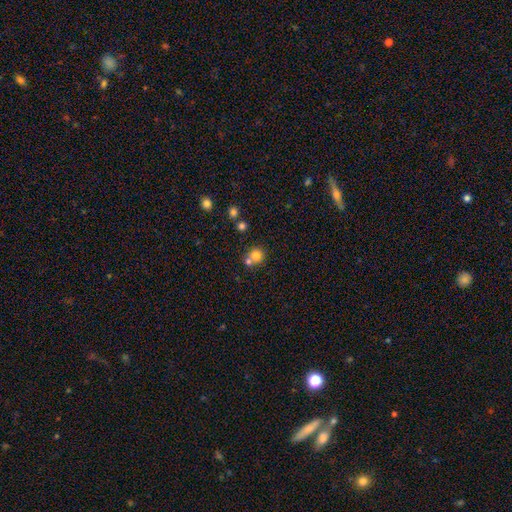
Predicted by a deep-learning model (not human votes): Smooth or featured? Predicted: smooth (p=0.77). How rounded? Predicted: round (p=0.87). Merging? Predicted: none (p=0.48).